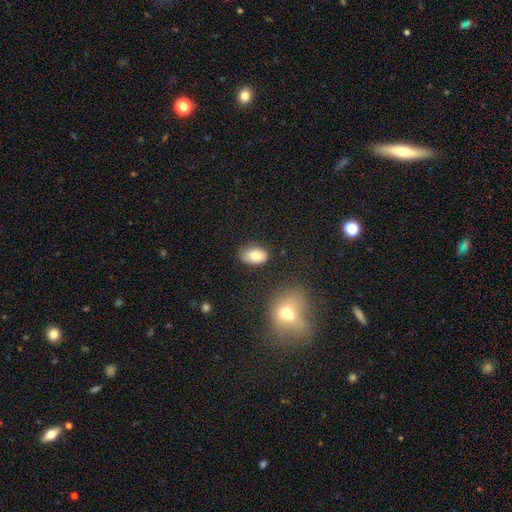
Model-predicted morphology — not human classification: Smooth or featured?
  - smooth: 81% *
  - featured or disk: 11%
  - star or artifact: 8%
How rounded?
  - in between: 89% *
  - round: 9%
  - cigar-shaped: 1%
Merging?
  - none: 78% *
  - minor disturbance: 15%
  - major disturbance: 4%
  - merger: 3%